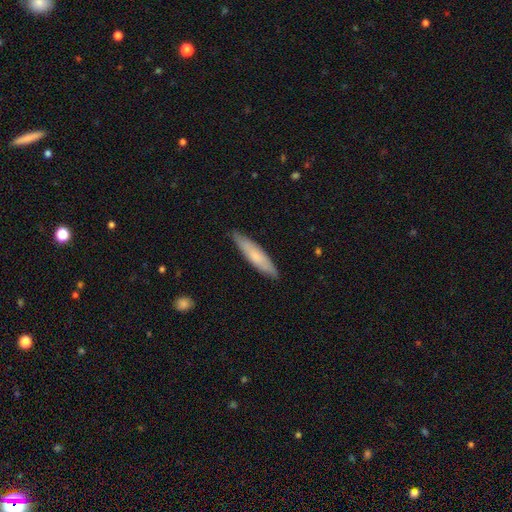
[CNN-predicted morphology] smooth_or_featured: smooth (p=0.69) [alt: featured or disk p=0.25]
how_rounded: cigar-shaped (p=0.82) [alt: in between p=0.16]
merging: none (p=0.86) [alt: minor disturbance p=0.11]